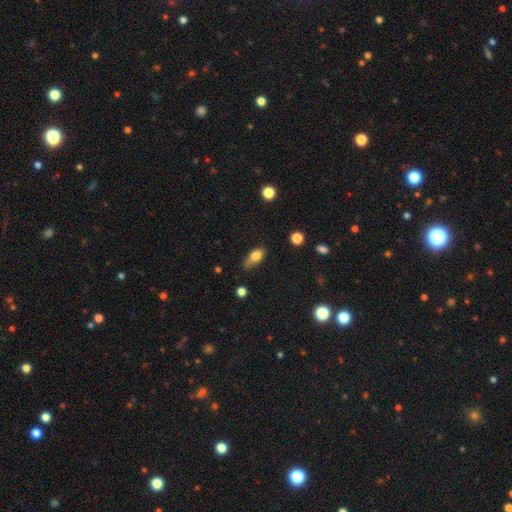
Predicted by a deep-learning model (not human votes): Smooth or featured? Predicted: smooth (p=0.77). How rounded? Predicted: in between (p=0.81). Merging? Predicted: none (p=0.53).